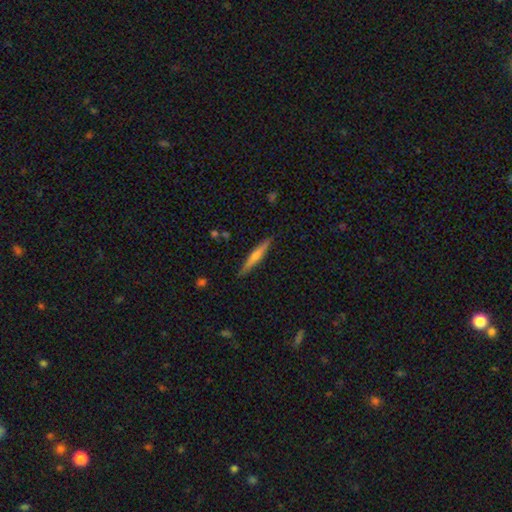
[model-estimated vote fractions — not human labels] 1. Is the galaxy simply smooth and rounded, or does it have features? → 51% featured or disk, 43% smooth, 6% star or artifact.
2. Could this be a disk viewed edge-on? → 96% yes, 4% no.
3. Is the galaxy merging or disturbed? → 89% none, 8% minor disturbance, 2% major disturbance, 1% merger.